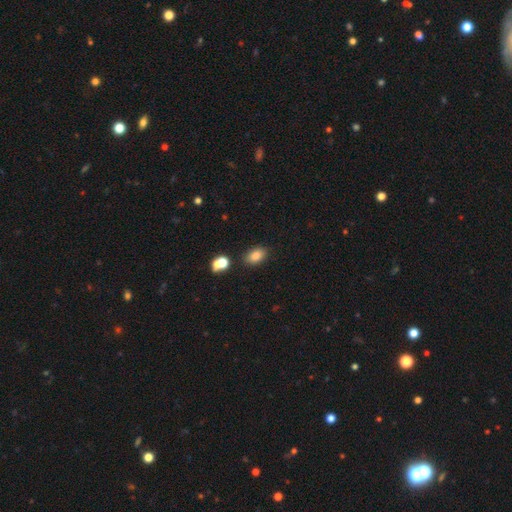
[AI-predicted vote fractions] A smooth galaxy with no disk features (82%) that is in between round and cigar-shaped (84%). Merging: none (81%).